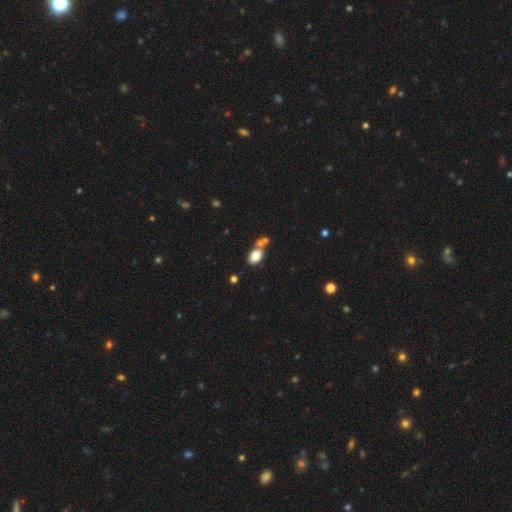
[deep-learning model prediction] Smooth or featured: smooth — 81% (featured or disk — 10%)
How rounded: in between — 83% (round — 15%)
Merging: none — 51% (merger — 31%)